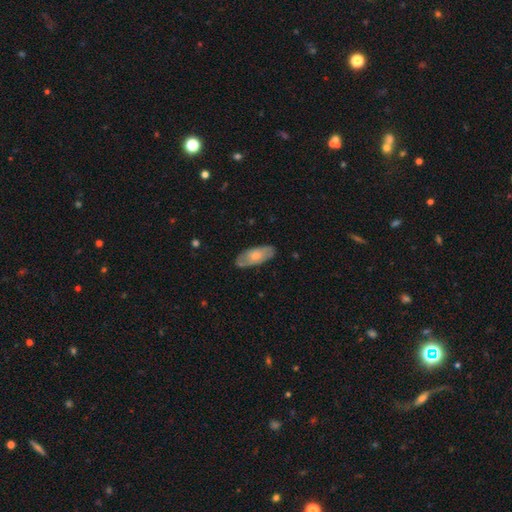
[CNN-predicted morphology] Smooth or featured: smooth — 56% (featured or disk — 39%)
How rounded: in between — 86% (cigar-shaped — 12%)
Merging: none — 79% (minor disturbance — 16%)